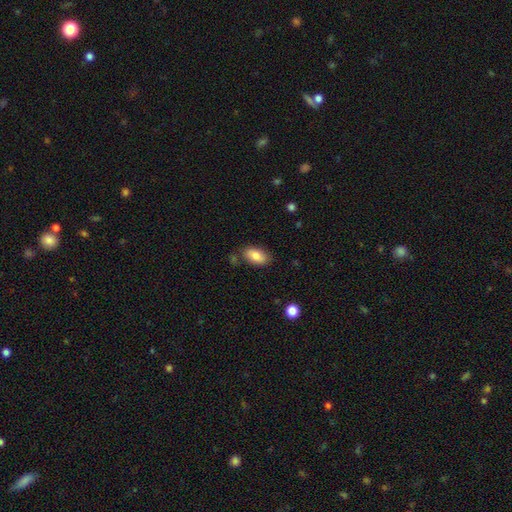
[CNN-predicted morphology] Smooth or featured? Predicted: smooth (p=0.83). How rounded? Predicted: in between (p=0.93). Merging? Predicted: none (p=0.79).